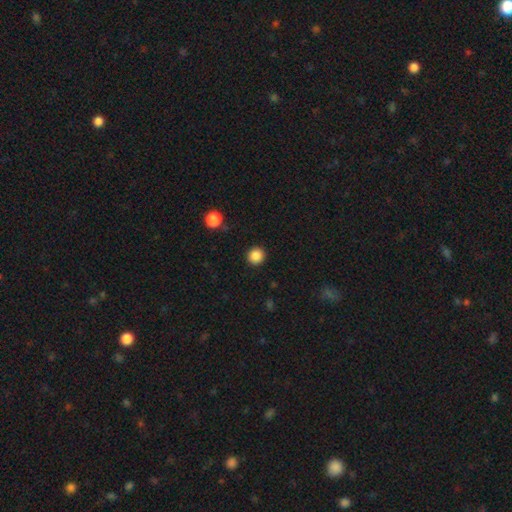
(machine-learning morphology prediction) smooth 87%, star or artifact 10%, featured or disk 3%. Down the decision tree: how rounded — round (92%); merging — none (92%).